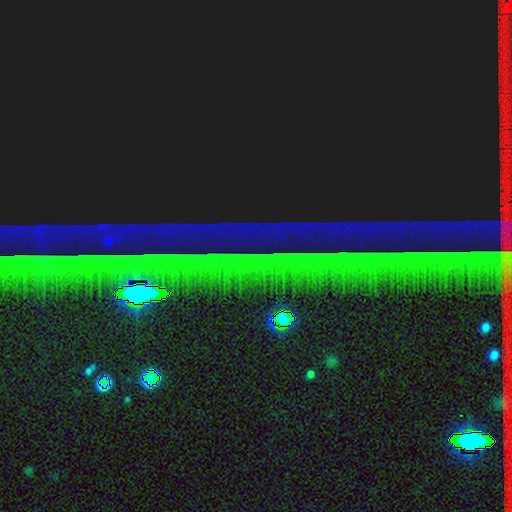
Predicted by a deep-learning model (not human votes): A star or artifact, not a galaxy (87%).

Vote fractions:
- Smooth or featured? star or artifact: 87% / featured or disk: 7% / smooth: 6%